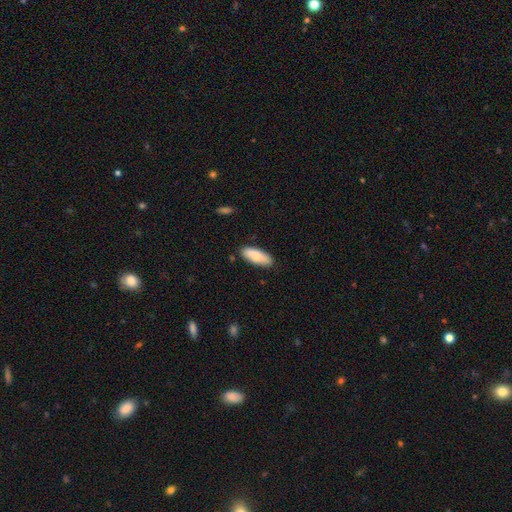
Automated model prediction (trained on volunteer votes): smooth-or-featured: smooth: 80% | featured or disk: 14% | star or artifact: 6%
  how-rounded: in between: 75% | cigar-shaped: 23% | round: 2%
  merging: none: 86% | minor disturbance: 11% | major disturbance: 2% | merger: 1%